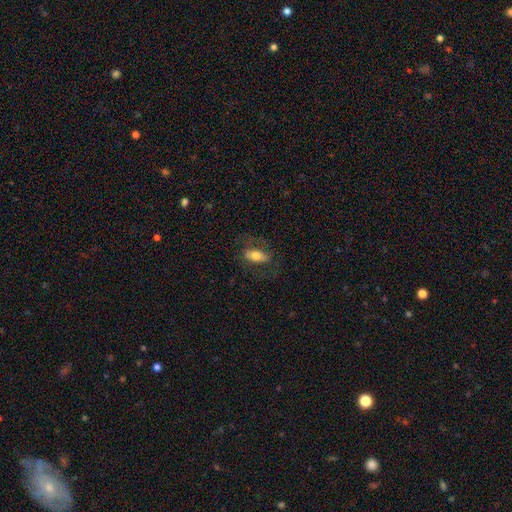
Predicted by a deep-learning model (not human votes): Smooth or featured? smooth (61%)
How rounded? in between (77%)
Merging? none (71%)